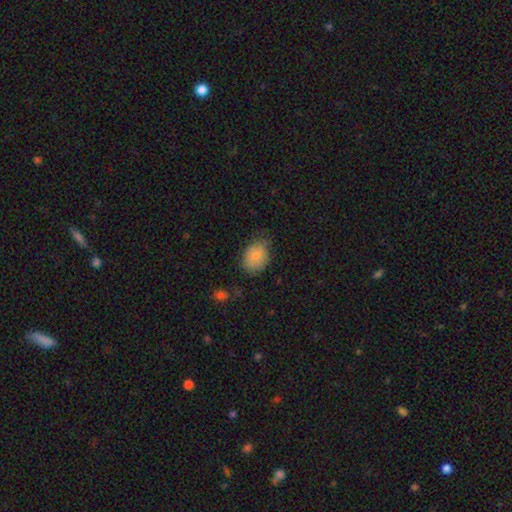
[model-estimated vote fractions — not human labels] smooth_or_featured: smooth (p=0.82) [alt: featured or disk p=0.11]
how_rounded: in between (p=0.64) [alt: round p=0.35]
merging: none (p=0.60) [alt: minor disturbance p=0.31]